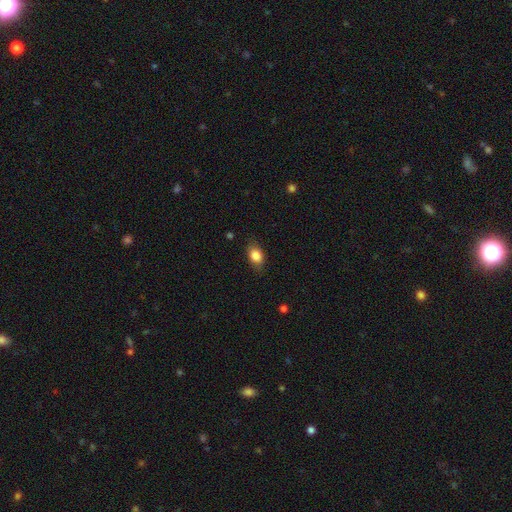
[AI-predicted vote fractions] Smooth or featured: smooth — 84% (featured or disk — 8%)
How rounded: in between — 83% (round — 15%)
Merging: none — 80% (minor disturbance — 16%)